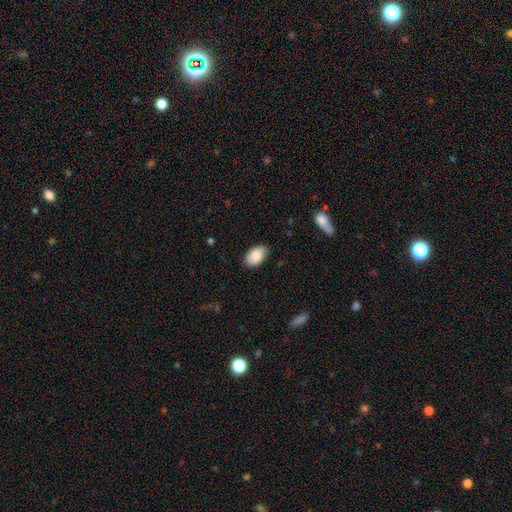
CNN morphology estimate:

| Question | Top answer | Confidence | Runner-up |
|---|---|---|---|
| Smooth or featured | smooth | 85% | featured or disk (8%) |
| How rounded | in between | 92% | round (7%) |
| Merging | none | 83% | minor disturbance (14%) |